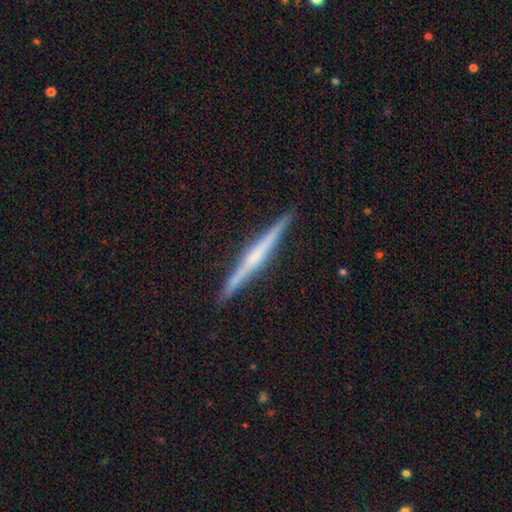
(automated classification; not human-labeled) Smooth or featured? Predicted: featured or disk (p=0.73). Edge-on disk? Predicted: yes (p=0.98). Edge-on bulge? Predicted: rounded (p=0.43). Merging? Predicted: none (p=0.92).